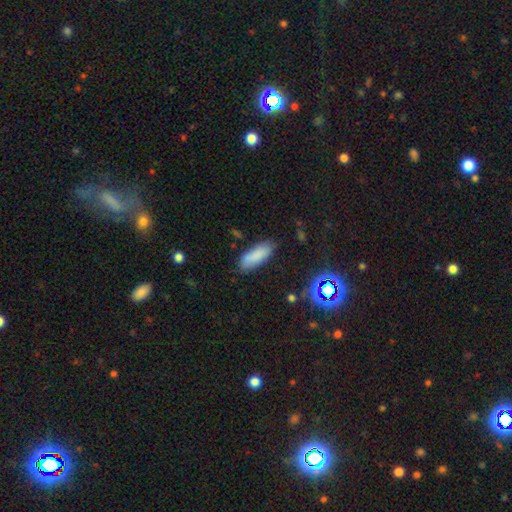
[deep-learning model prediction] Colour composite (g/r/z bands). It shows a smooth galaxy with no disk features (83%) that is in between round and cigar-shaped (66%). Merging: none (77%).